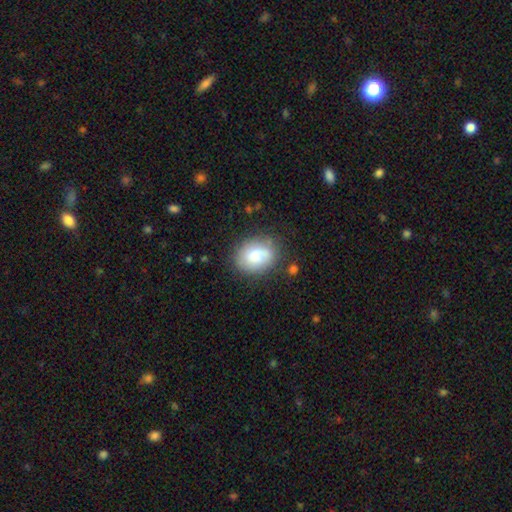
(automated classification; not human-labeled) smooth_or_featured: smooth (p=0.71) [alt: featured or disk p=0.21]
how_rounded: in between (p=0.54) [alt: round p=0.45]
merging: none (p=0.62) [alt: minor disturbance p=0.23]